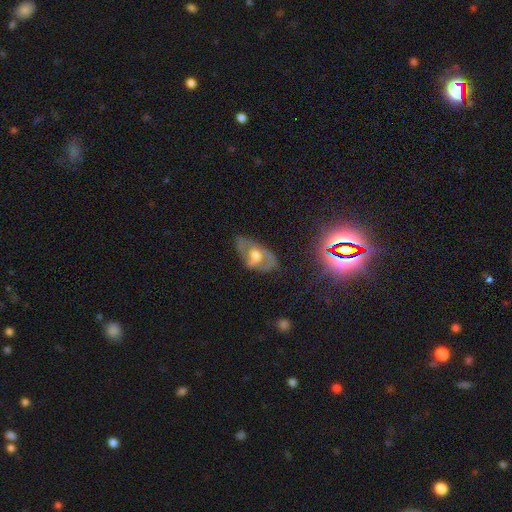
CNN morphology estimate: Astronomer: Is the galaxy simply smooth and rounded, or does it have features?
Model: featured or disk — 62%.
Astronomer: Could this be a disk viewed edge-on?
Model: no — 90%.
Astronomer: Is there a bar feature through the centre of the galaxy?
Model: no — 64%.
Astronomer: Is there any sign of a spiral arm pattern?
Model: yes — 60% (runner-up: no, 40%).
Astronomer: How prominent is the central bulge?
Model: moderate — 59%.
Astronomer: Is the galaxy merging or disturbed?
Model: none — 52%.